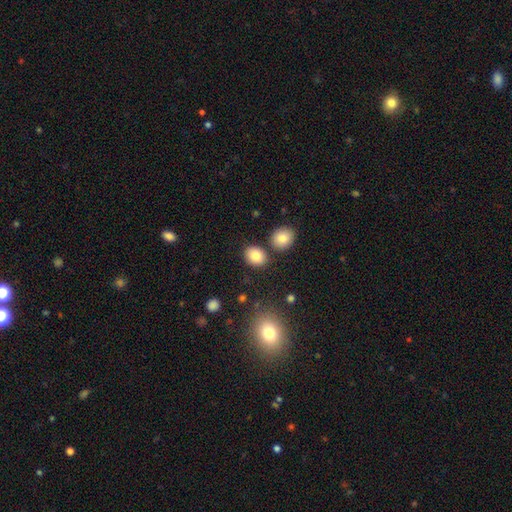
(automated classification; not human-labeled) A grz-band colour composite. It shows a smooth galaxy with no disk features (83%) that is in between round and cigar-shaped (56%). Merging: none (79%).